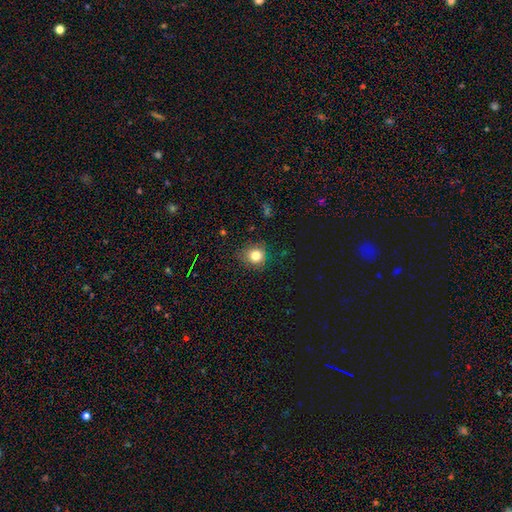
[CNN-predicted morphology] This is likely a smooth galaxy (80%). How rounded: clearly round (87%). Merging: clearly none (83%).